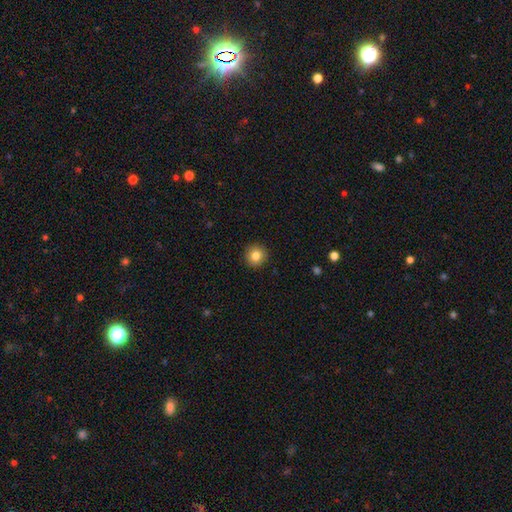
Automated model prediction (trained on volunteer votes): Smooth or featured: smooth — 83% (star or artifact — 10%)
How rounded: round — 94% (in between — 5%)
Merging: none — 92% (minor disturbance — 5%)